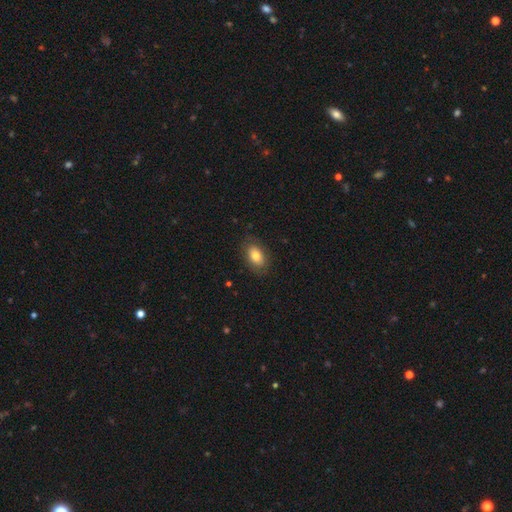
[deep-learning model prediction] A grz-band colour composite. It shows a smooth galaxy with no disk features (76%) that is in between round and cigar-shaped (88%). Merging: none (81%).